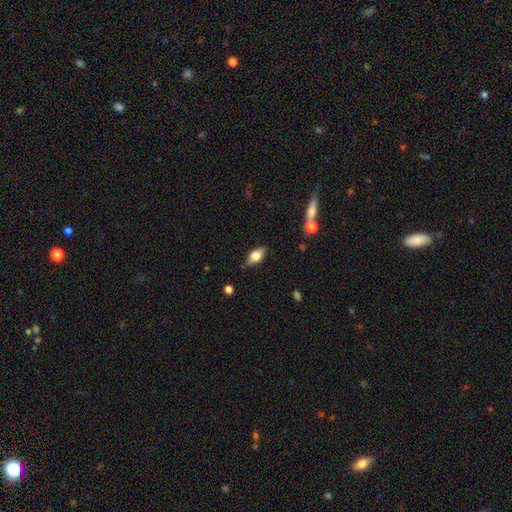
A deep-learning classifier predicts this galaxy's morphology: A smooth galaxy with no disk features (70%) that is in between round and cigar-shaped (86%). Merging: none (81%).